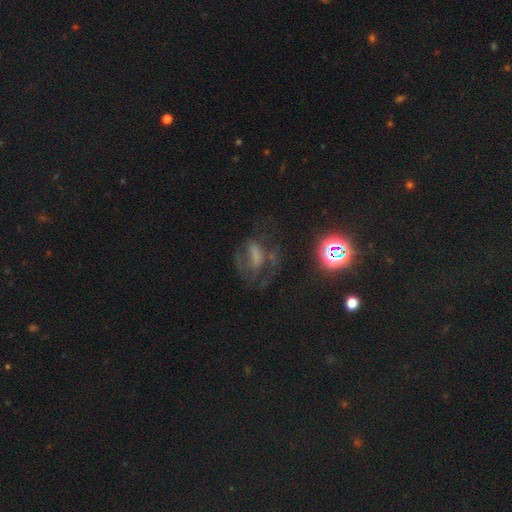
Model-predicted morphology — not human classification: Smooth or featured? featured or disk (50%)
Merging? major disturbance (40%)